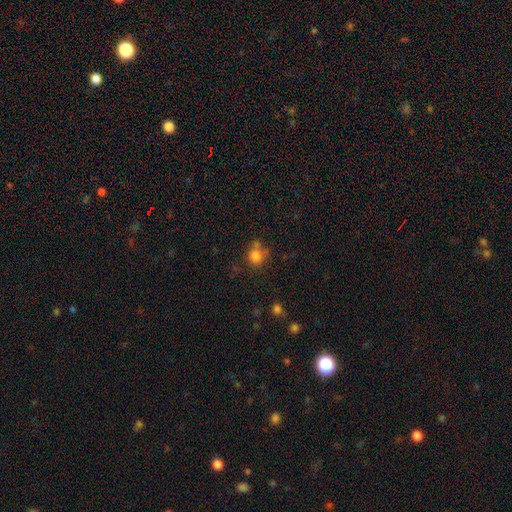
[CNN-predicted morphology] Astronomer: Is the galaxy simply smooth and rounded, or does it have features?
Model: smooth — 80%.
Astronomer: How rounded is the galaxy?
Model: round — 85%.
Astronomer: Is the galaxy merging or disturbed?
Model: none — 60%.